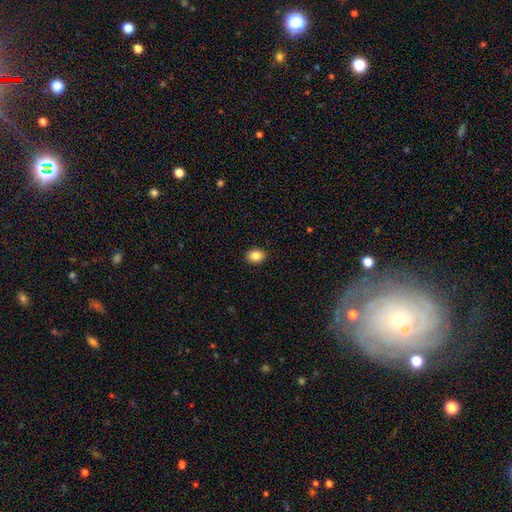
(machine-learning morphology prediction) This is clearly a smooth galaxy (86%). How rounded: possibly in between (59%). Merging: clearly none (91%).